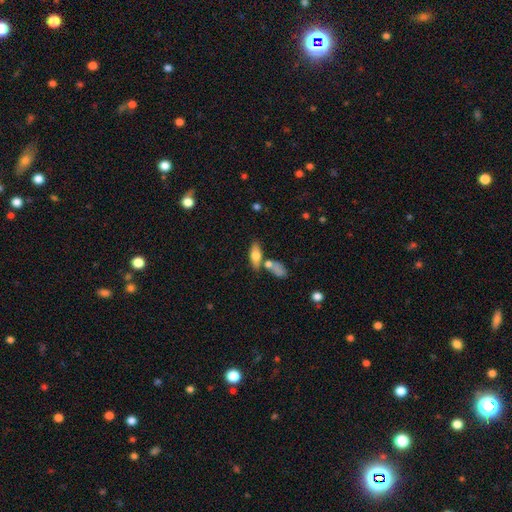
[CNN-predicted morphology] type=smooth (69%); roundness=in between (70%); merging=none (58%).